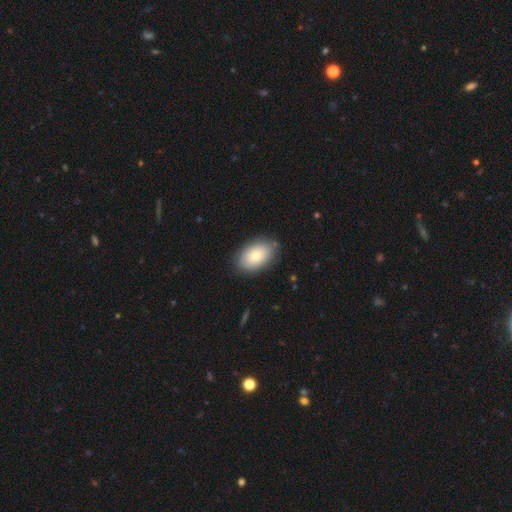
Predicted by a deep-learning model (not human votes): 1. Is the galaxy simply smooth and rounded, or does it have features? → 78% smooth, 15% featured or disk, 7% star or artifact.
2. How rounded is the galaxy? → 88% in between, 11% round, 1% cigar-shaped.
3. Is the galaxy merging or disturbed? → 83% none, 12% minor disturbance, 3% major disturbance, 1% merger.